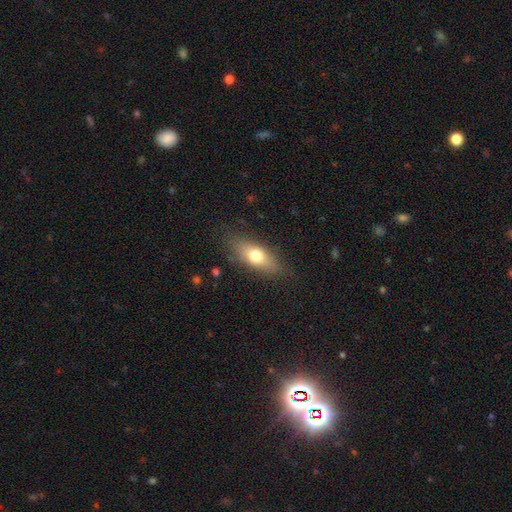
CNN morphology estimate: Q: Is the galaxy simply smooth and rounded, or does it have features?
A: smooth — 69%.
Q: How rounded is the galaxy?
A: in between — 72%.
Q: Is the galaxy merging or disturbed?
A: none — 81%.